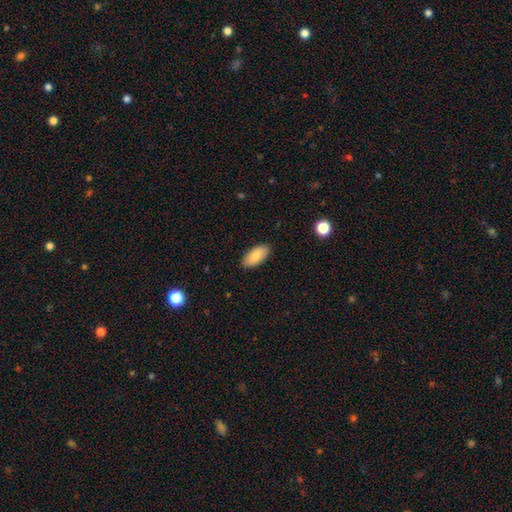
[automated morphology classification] Smooth or featured? Predicted: smooth (p=0.84). How rounded? Predicted: in between (p=0.92). Merging? Predicted: none (p=0.88).